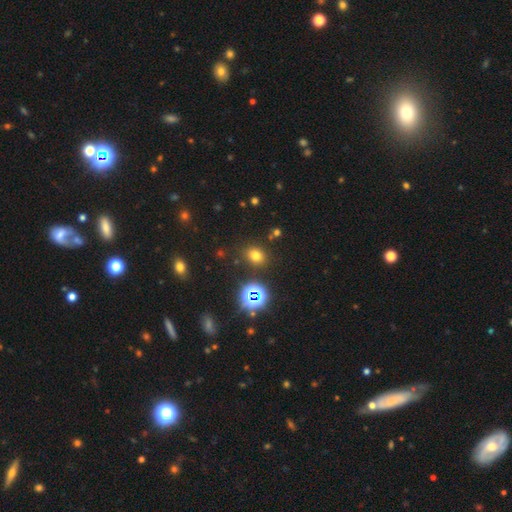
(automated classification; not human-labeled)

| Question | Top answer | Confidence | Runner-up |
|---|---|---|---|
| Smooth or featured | smooth | 67% | star or artifact (25%) |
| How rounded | round | 61% | in between (38%) |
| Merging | none | 84% | minor disturbance (9%) |